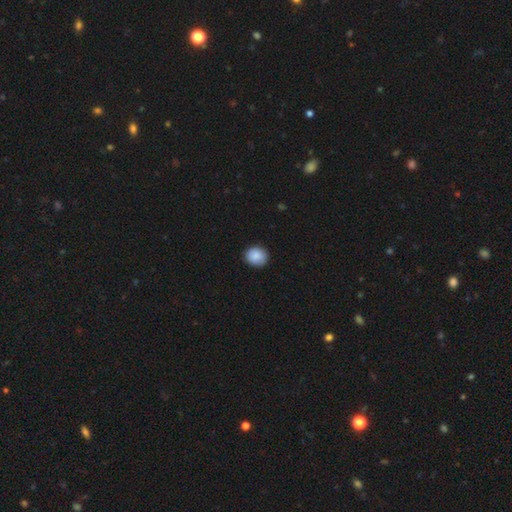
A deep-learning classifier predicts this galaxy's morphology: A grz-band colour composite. It shows a smooth galaxy with no disk features (89%) that is round (75%). Merging: none (88%).